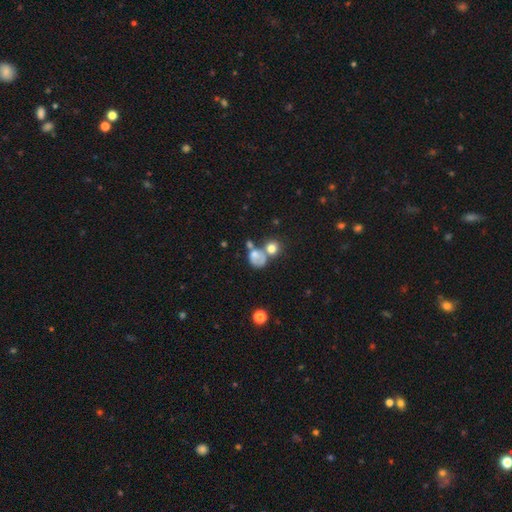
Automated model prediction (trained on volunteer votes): smooth-or-featured: smooth: 59% | featured or disk: 28% | star or artifact: 13%
  how-rounded: round: 59% | in between: 39% | cigar-shaped: 1%
  merging: merger: 41% | none: 30% | minor disturbance: 15% | major disturbance: 14%